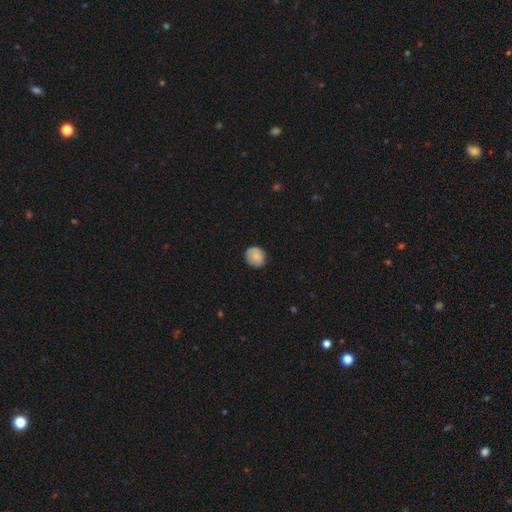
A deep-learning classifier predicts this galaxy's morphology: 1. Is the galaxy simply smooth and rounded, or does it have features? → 81% smooth, 12% featured or disk, 7% star or artifact.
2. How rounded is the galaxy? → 78% round, 21% in between, 1% cigar-shaped.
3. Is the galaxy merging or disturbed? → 78% none, 17% minor disturbance, 3% major disturbance, 1% merger.